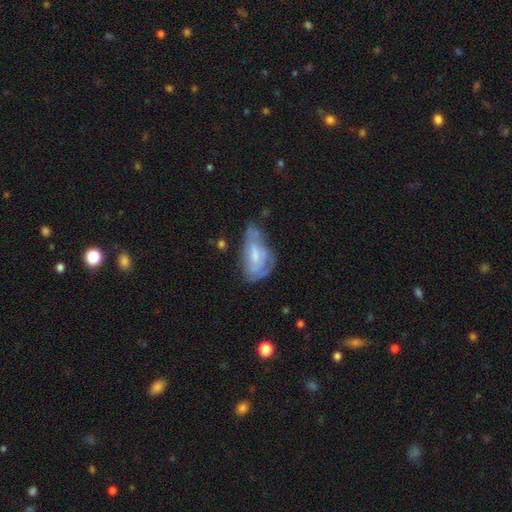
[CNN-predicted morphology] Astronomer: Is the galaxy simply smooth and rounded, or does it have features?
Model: featured or disk — 55% (runner-up: smooth, 38%).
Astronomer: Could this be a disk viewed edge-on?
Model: no — 92%.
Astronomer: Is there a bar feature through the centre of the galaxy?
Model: no — 44%, tied with weak at 44%.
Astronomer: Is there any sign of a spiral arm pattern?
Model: yes — 59% (runner-up: no, 41%).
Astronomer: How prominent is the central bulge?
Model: moderate — 40% (runner-up: small, 39%).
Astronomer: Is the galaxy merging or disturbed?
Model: minor disturbance — 36%, tied with none at 36%.